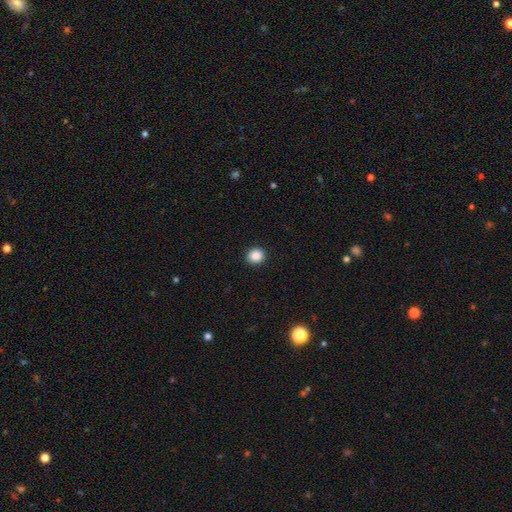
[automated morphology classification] type=smooth (88%); roundness=round (83%); merging=none (92%).